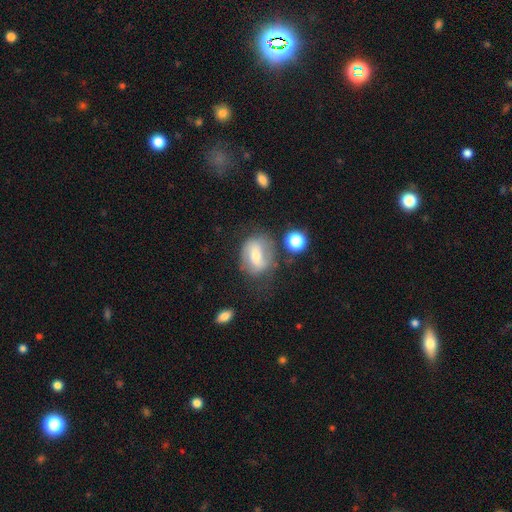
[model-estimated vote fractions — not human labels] This is possibly a featured or disk galaxy (52%). It is clearly not viewed edge-on (94%). Merging: likely none (62%).